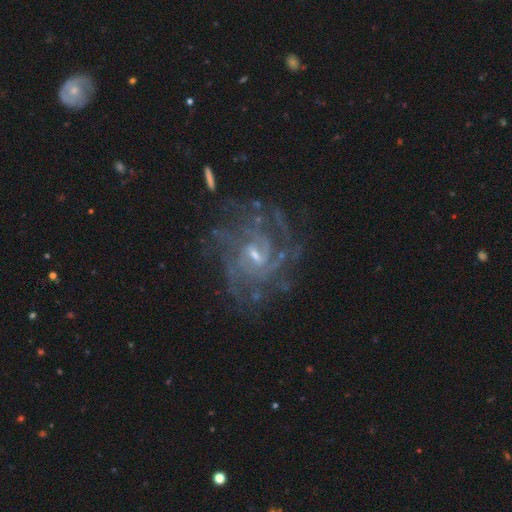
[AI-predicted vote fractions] Smooth or featured? featured or disk (86%)
Edge-on disk? no (98%)
Bar? weak (57%)
Spiral arms? yes (94%)
Spiral winding? tight (53%)
Spiral arm count? can't tell (37%)
Bulge size? small (65%)
Merging? none (71%)